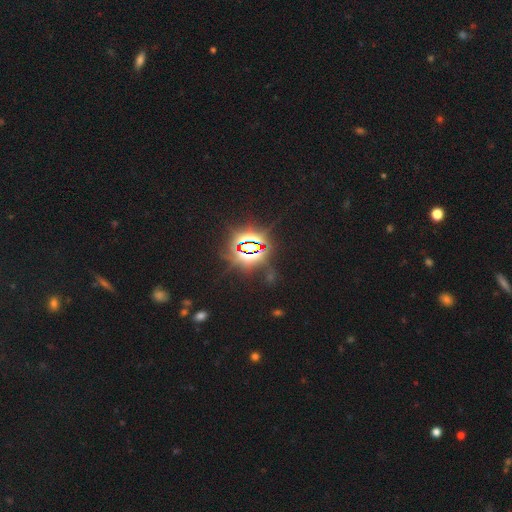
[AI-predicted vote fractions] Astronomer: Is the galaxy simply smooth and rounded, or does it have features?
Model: star or artifact — 83%.